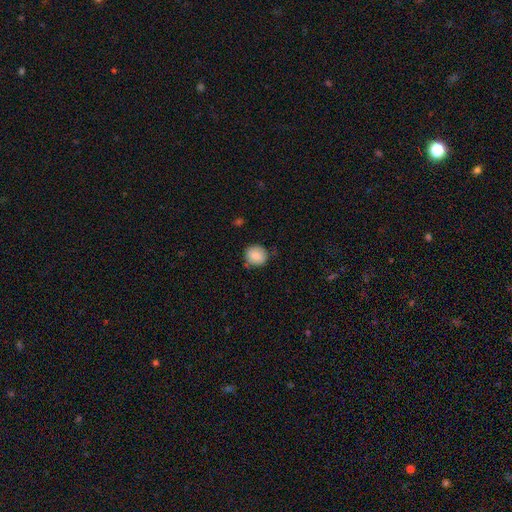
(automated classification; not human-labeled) Smooth or featured?
  - smooth: 81% *
  - featured or disk: 11%
  - star or artifact: 8%
How rounded?
  - round: 89% *
  - in between: 10%
  - cigar-shaped: 1%
Merging?
  - none: 77% *
  - minor disturbance: 17%
  - major disturbance: 3%
  - merger: 2%